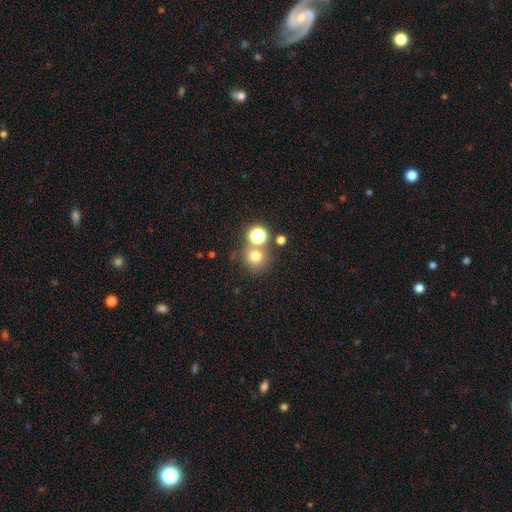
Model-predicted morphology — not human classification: A smooth galaxy with no disk features (71%) that is round (90%).

Vote fractions:
- Smooth or featured? smooth: 71% / star or artifact: 20% / featured or disk: 9%
- How rounded? round: 90% / in between: 10% / cigar-shaped: 1%
- Merging? none: 67% / merger: 22% / minor disturbance: 8% / major disturbance: 4%